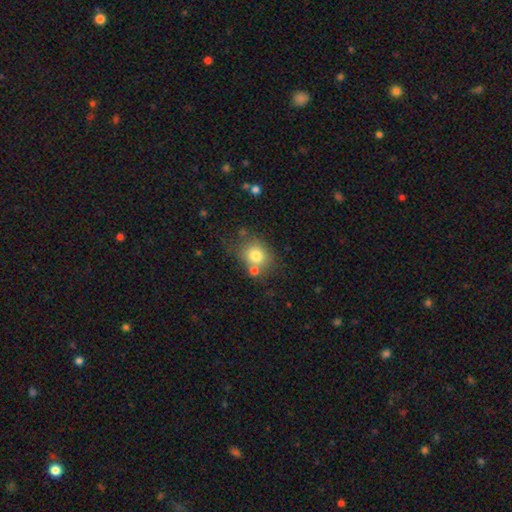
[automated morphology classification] This appears to be a smooth galaxy with no disk features (76%) that is round (69%). Merging: none (62%).